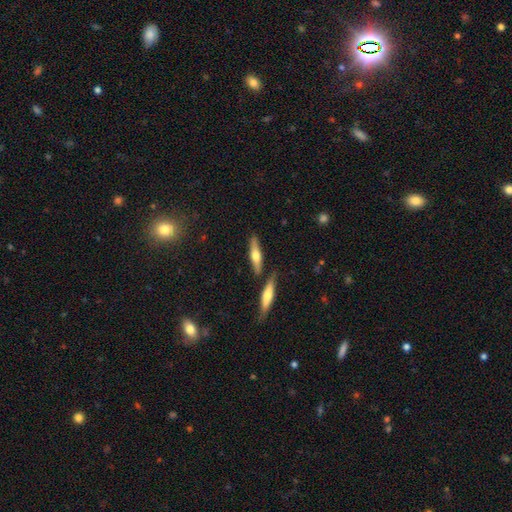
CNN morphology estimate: smooth_or_featured: featured or disk (p=0.48) [alt: smooth p=0.47]
merging: none (p=0.78) [alt: minor disturbance p=0.10]